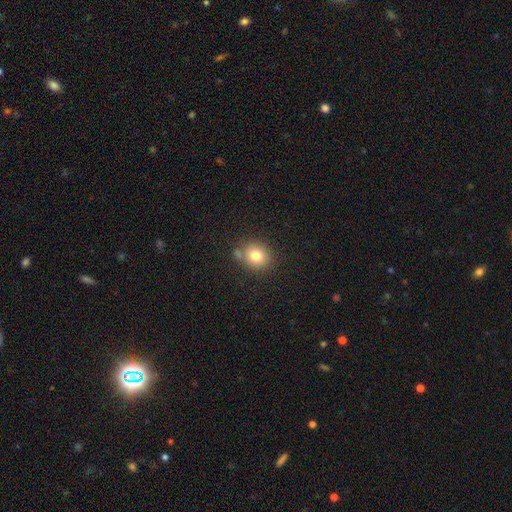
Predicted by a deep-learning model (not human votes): smooth-or-featured: smooth: 79% | star or artifact: 11% | featured or disk: 10%
  how-rounded: round: 73% | in between: 26% | cigar-shaped: 1%
  merging: none: 71% | minor disturbance: 14% | merger: 11% | major disturbance: 4%